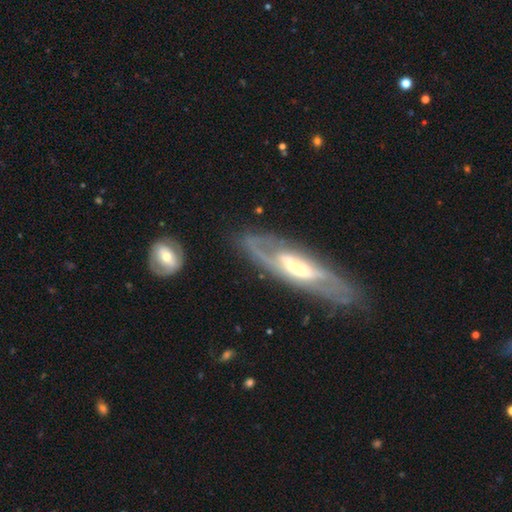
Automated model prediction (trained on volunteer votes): Smooth or featured? Predicted: featured or disk (p=0.80). Edge-on disk? Predicted: no (p=0.69). Bar? Predicted: weak (p=0.41). Spiral arms? Predicted: yes (p=0.78). Bulge size? Predicted: moderate (p=0.49). Merging? Predicted: none (p=0.78).